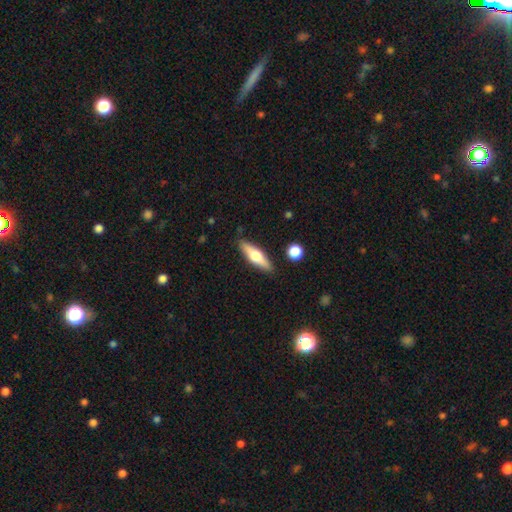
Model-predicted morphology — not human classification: Smooth or featured? Predicted: smooth (p=0.49). Merging? Predicted: none (p=0.87).